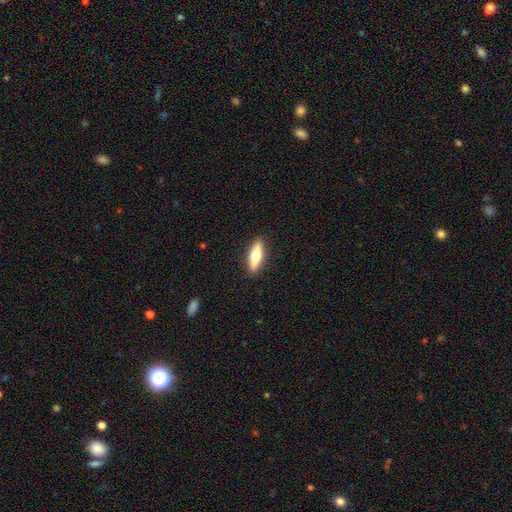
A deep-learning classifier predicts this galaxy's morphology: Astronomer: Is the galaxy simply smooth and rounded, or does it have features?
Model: smooth — 57% (runner-up: featured or disk, 38%).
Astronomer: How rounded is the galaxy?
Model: cigar-shaped — 62%.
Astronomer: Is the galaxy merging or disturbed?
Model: none — 90%.